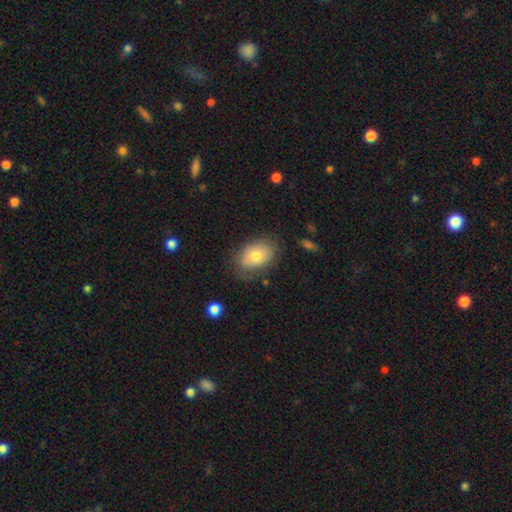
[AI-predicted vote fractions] Smooth or featured? Predicted: smooth (p=0.74). How rounded? Predicted: in between (p=0.86). Merging? Predicted: none (p=0.73).